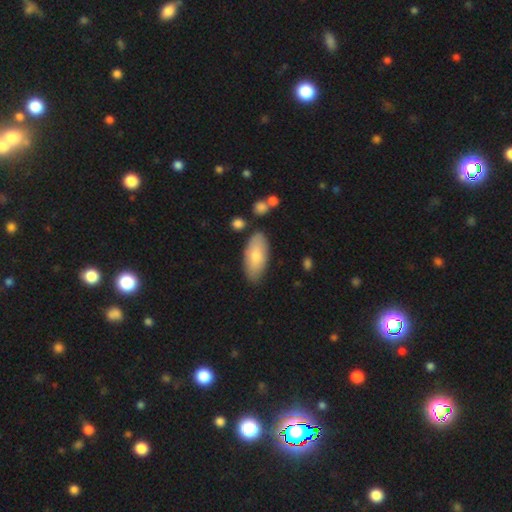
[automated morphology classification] smooth-or-featured: smooth: 74% | featured or disk: 21% | star or artifact: 5%
  how-rounded: in between: 90% | cigar-shaped: 8% | round: 2%
  merging: none: 78% | minor disturbance: 15% | merger: 4% | major disturbance: 3%